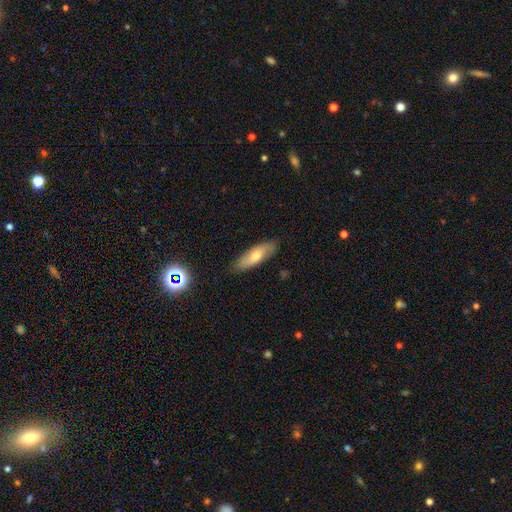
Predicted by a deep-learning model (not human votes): Smooth or featured? Predicted: smooth (p=0.66). How rounded? Predicted: cigar-shaped (p=0.51). Merging? Predicted: none (p=0.85).